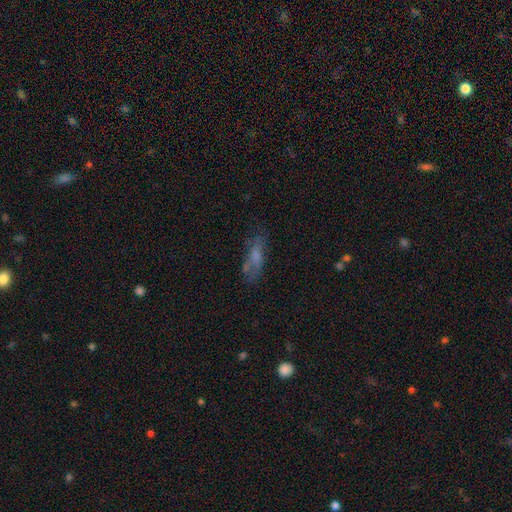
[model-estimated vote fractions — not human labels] Overall: smooth (51%; featured or disk 35%). How rounded: in between (52%; cigar-shaped 44%). Merging: none (58%; minor disturbance 23%).